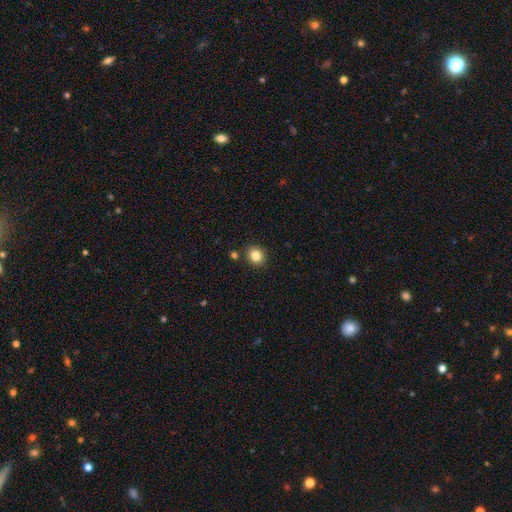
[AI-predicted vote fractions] A smooth galaxy with no disk features (83%) that is round (72%). Merging: none (87%).